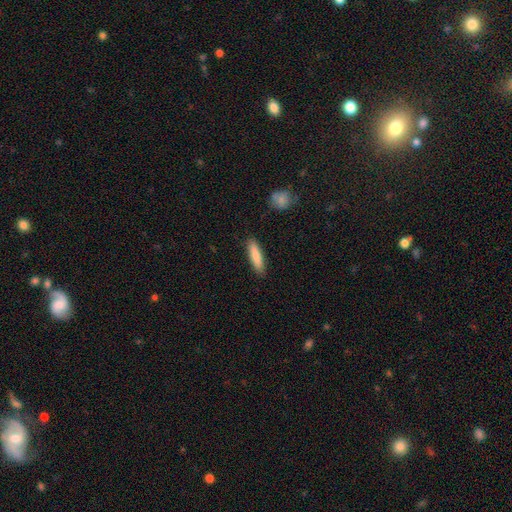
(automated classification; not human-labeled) This appears to be a smooth galaxy with no disk features (84%) that is cigar-shaped (77%). Merging: none (89%).